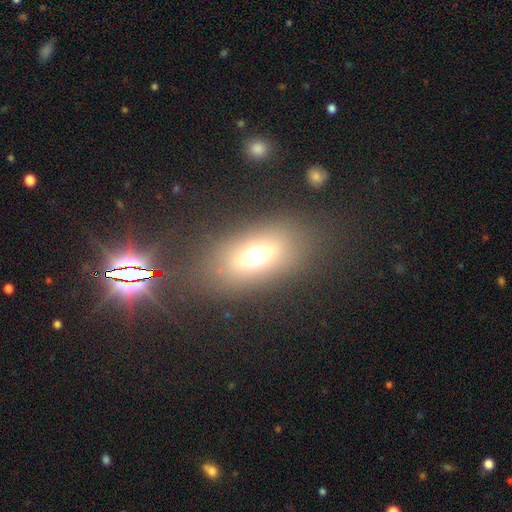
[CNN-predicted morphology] A smooth galaxy with no disk features (56%) that is in between round and cigar-shaped (77%). Merging: none (78%).